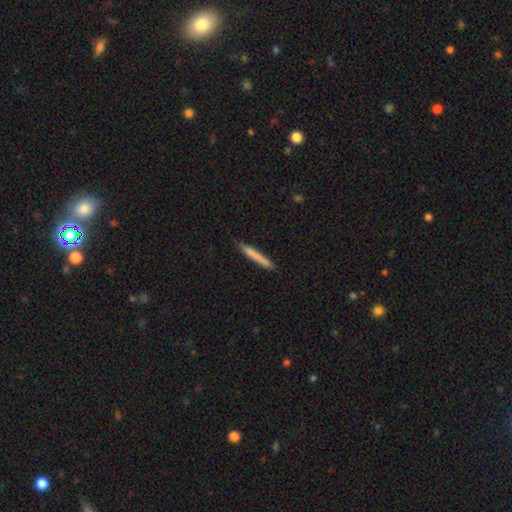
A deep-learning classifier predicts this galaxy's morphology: A smooth galaxy with no disk features (73%) that is cigar-shaped (96%).

Vote fractions:
- Smooth or featured? smooth: 73% / featured or disk: 21% / star or artifact: 6%
- How rounded? cigar-shaped: 96% / in between: 3% / round: 1%
- Merging? none: 85% / minor disturbance: 12% / major disturbance: 2% / merger: 2%